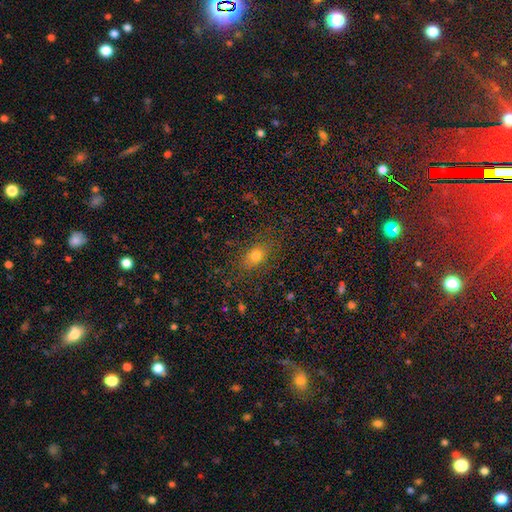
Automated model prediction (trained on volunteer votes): Smooth or featured: smooth — 74% (star or artifact — 16%)
How rounded: in between — 65% (round — 31%)
Merging: none — 82% (minor disturbance — 12%)